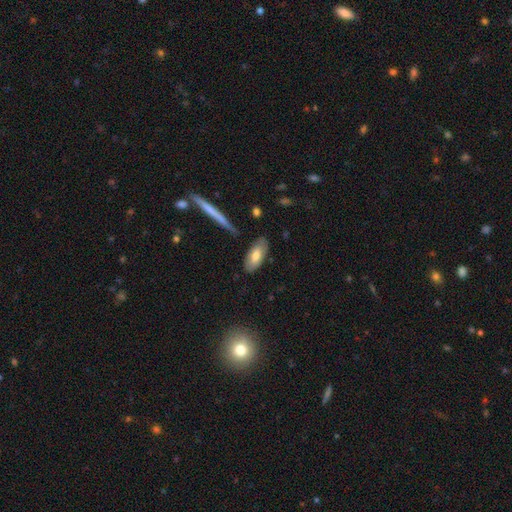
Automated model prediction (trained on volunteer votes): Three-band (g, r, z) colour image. It shows a smooth galaxy with no disk features (69%) that is in between round and cigar-shaped (84%). Merging: none (78%).